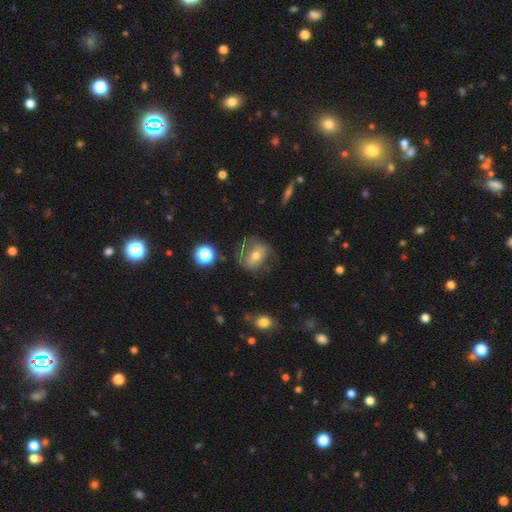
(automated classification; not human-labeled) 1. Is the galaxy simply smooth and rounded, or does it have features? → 58% featured or disk, 32% smooth, 10% star or artifact.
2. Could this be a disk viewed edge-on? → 96% no, 4% yes.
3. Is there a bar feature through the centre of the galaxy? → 45% no, 36% weak, 19% strong.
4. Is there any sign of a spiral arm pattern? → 72% yes, 28% no.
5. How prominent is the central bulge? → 65% moderate, 27% small, 5% large, 1% none, 1% dominant.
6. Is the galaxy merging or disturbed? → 57% none, 22% minor disturbance, 19% major disturbance, 2% merger.